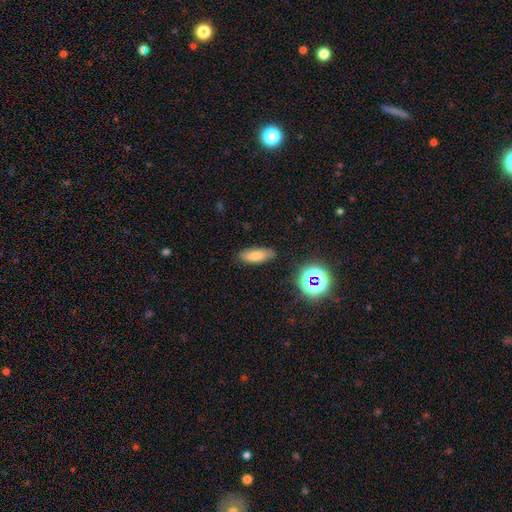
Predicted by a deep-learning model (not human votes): This is likely a smooth galaxy (75%). How rounded: likely in between (68%). Merging: clearly none (82%).